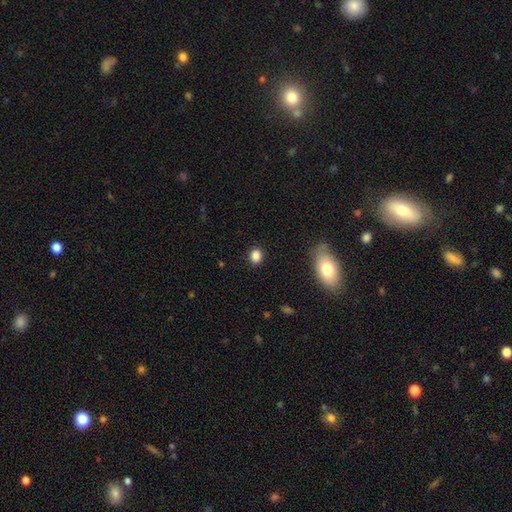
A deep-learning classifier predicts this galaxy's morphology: Smooth or featured?
  - smooth: 86% *
  - star or artifact: 10%
  - featured or disk: 4%
How rounded?
  - round: 50% *
  - in between: 48%
  - cigar-shaped: 1%
Merging?
  - none: 87% *
  - minor disturbance: 9%
  - major disturbance: 2%
  - merger: 1%